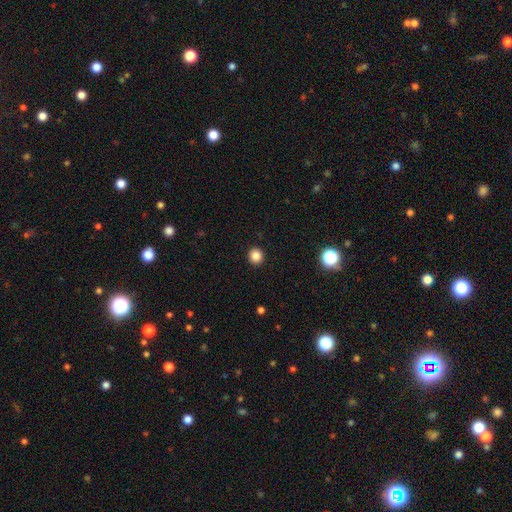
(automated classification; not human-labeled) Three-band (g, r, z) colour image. It shows a smooth galaxy with no disk features (84%) that is round (93%). Merging: none (93%).